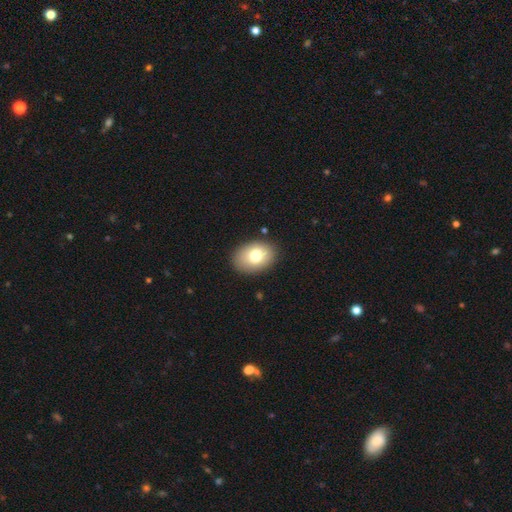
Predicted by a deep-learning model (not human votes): Smooth or featured: smooth — 76% (featured or disk — 15%)
How rounded: in between — 75% (round — 24%)
Merging: none — 87% (minor disturbance — 9%)